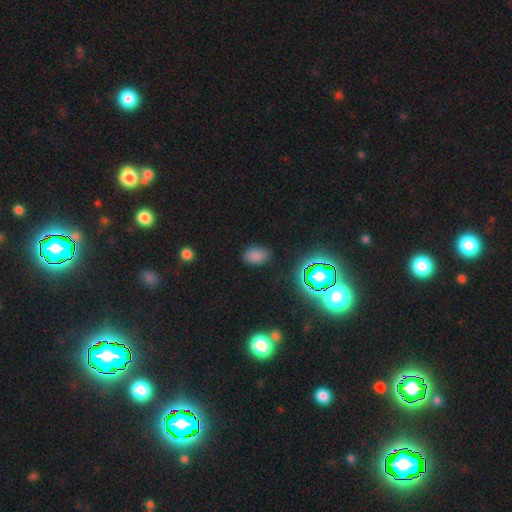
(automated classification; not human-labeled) Smooth or featured? smooth (73%)
How rounded? in between (81%)
Merging? none (84%)